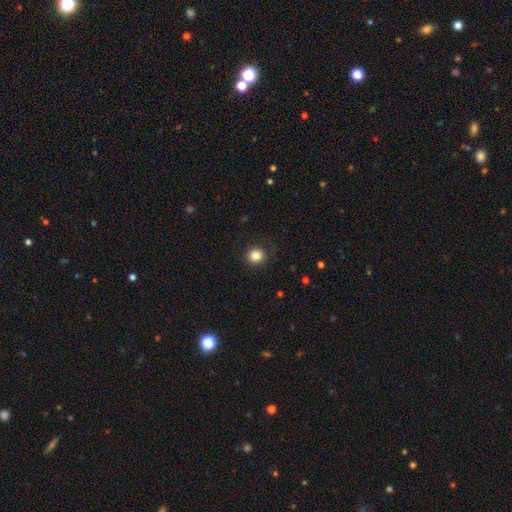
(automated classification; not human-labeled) The model was most divided on "smooth or featured": smooth: 85%, star or artifact: 11%, featured or disk: 4%. More confident: how rounded — round (88%); merging — none (87%).